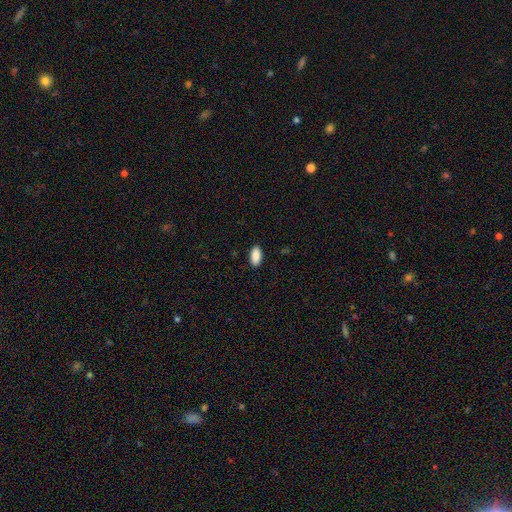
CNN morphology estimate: This appears to be a smooth galaxy with no disk features (90%) that is in between round and cigar-shaped (90%). Merging: none (89%).